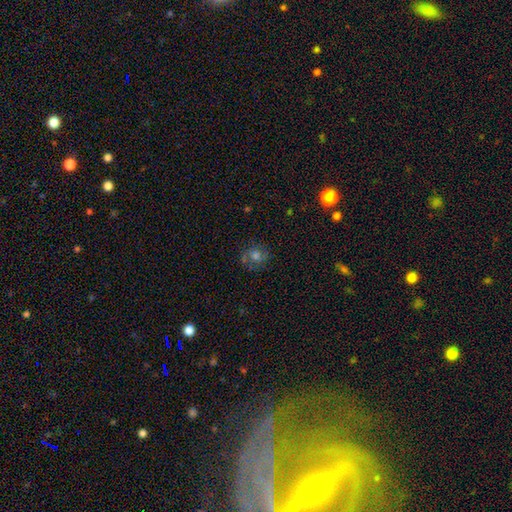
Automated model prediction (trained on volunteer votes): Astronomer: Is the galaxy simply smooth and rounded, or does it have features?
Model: featured or disk — 45% (runner-up: smooth, 34%).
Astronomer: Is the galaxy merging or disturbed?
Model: none — 75%.